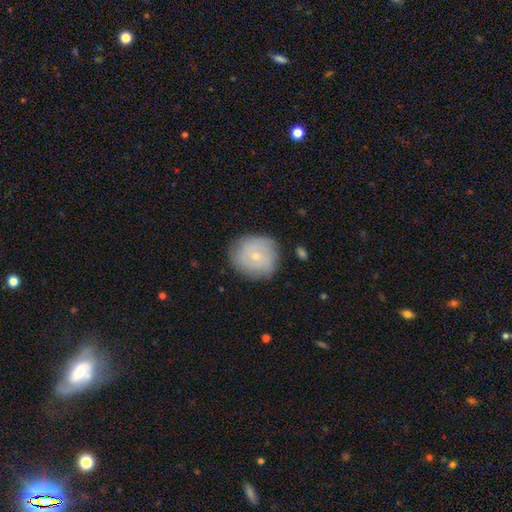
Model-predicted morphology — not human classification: A smooth galaxy with no disk features (56%) that is round (88%). Merging: none (76%).